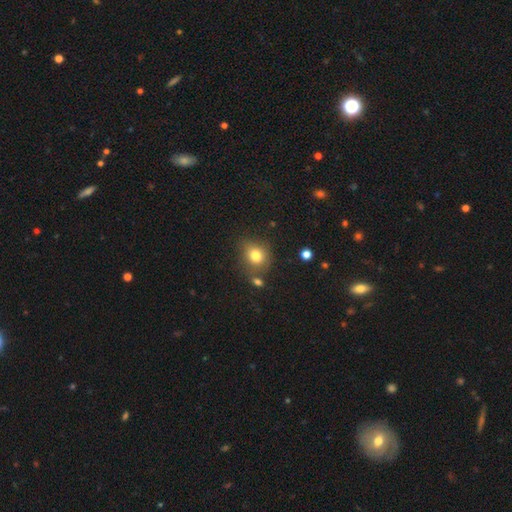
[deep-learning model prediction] smooth_or_featured: smooth (p=0.80) [alt: star or artifact p=0.12]
how_rounded: round (p=0.69) [alt: in between p=0.30]
merging: none (p=0.70) [alt: minor disturbance p=0.16]